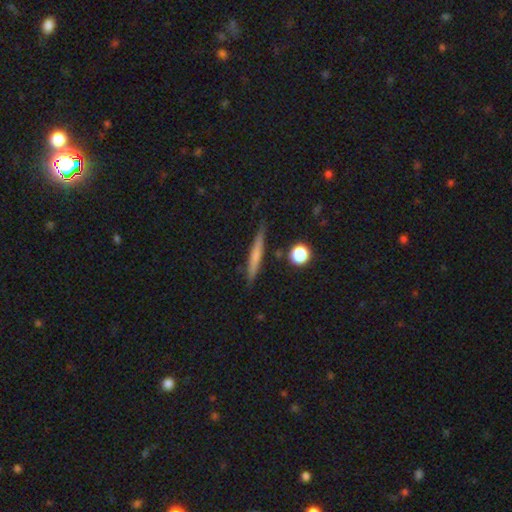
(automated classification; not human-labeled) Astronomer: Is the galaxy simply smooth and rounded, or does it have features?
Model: smooth — 57% (runner-up: featured or disk, 35%).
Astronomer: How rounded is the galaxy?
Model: cigar-shaped — 93%.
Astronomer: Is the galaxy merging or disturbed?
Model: none — 84%.